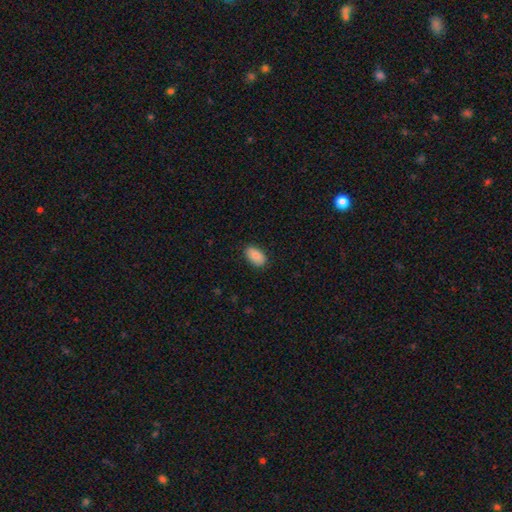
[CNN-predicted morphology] Smooth or featured? smooth (87%)
How rounded? in between (94%)
Merging? none (88%)